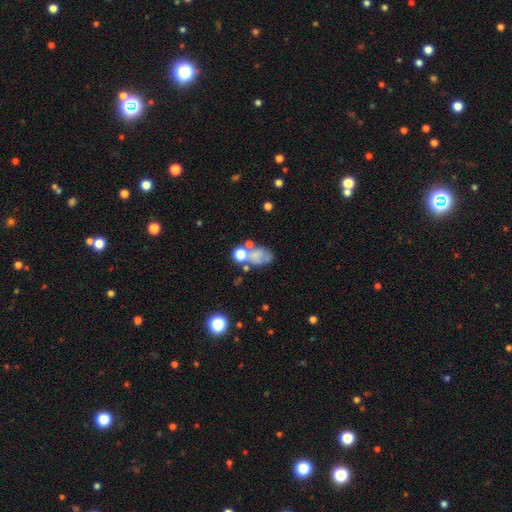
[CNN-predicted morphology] This appears to be a smooth galaxy with no disk features (51%) that is in between round and cigar-shaped (77%). Merging: none (35%).